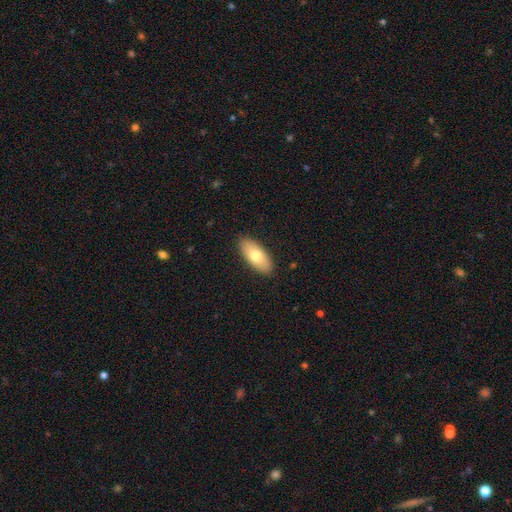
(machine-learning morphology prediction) A smooth galaxy with no disk features (74%) that is in between round and cigar-shaped (89%). Merging: none (88%).